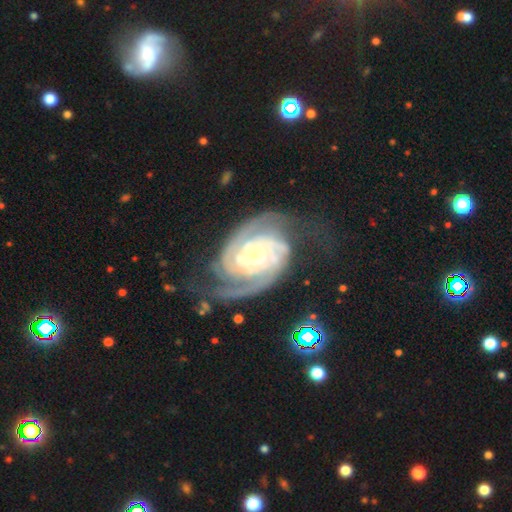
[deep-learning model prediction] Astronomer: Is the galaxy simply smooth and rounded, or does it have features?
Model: featured or disk — 92%.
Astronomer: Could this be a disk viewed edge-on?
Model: no — 97%.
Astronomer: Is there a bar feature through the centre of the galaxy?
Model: no — 53% (runner-up: weak, 33%).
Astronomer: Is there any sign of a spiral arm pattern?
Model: yes — 98%.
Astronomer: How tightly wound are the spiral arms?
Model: tight — 69%.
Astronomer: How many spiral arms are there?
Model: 2 — 49%.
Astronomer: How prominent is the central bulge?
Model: moderate — 47% (runner-up: small, 37%).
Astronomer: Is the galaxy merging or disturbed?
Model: none — 63%.